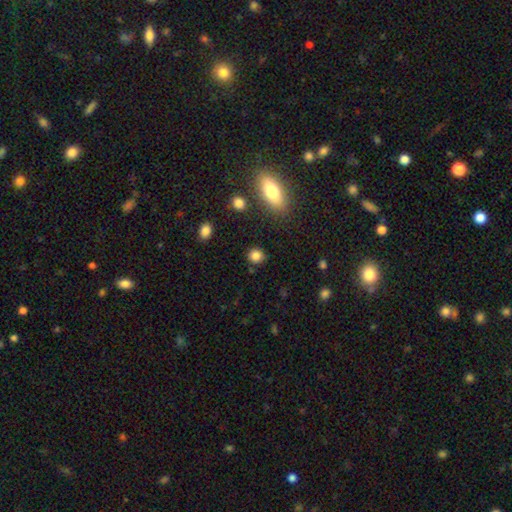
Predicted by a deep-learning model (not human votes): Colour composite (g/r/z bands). It shows a smooth galaxy with no disk features (84%) that is round (83%). Merging: none (86%).